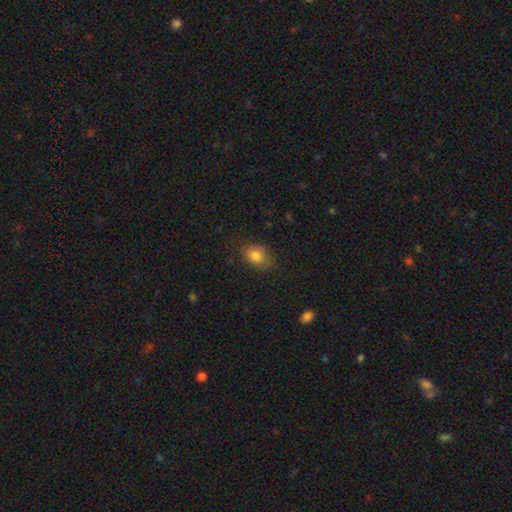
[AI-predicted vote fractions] Smooth or featured: smooth — 83% (star or artifact — 10%)
How rounded: in between — 71% (round — 27%)
Merging: none — 73% (minor disturbance — 20%)